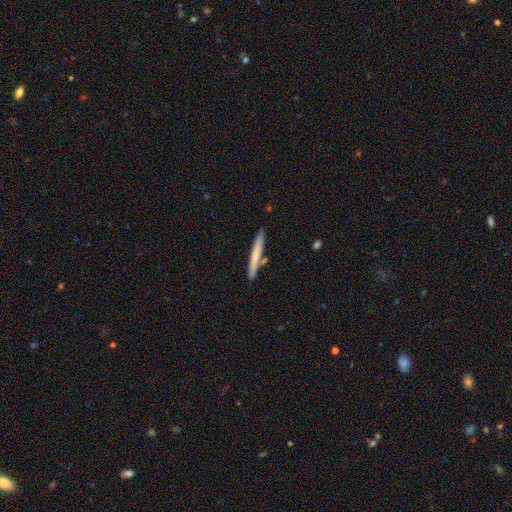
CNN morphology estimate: Smooth or featured? smooth (68%)
How rounded? cigar-shaped (96%)
Merging? none (86%)